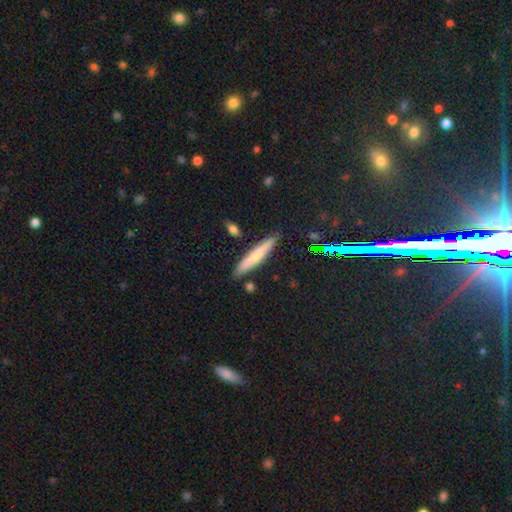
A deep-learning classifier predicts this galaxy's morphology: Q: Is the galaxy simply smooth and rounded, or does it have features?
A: smooth — 65%.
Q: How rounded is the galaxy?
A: cigar-shaped — 91%.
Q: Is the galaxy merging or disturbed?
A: none — 85%.